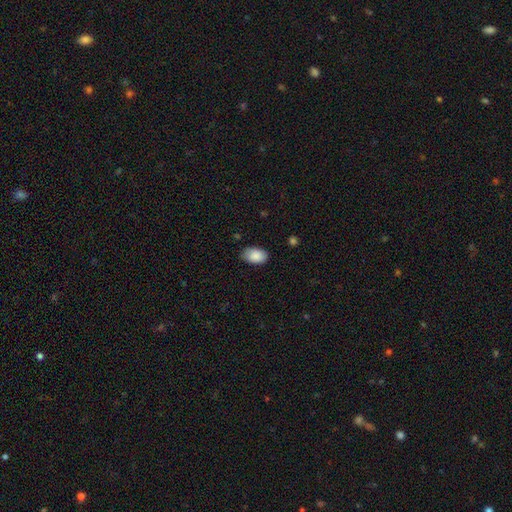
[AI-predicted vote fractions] Smooth or featured? smooth (89%)
How rounded? in between (91%)
Merging? none (79%)